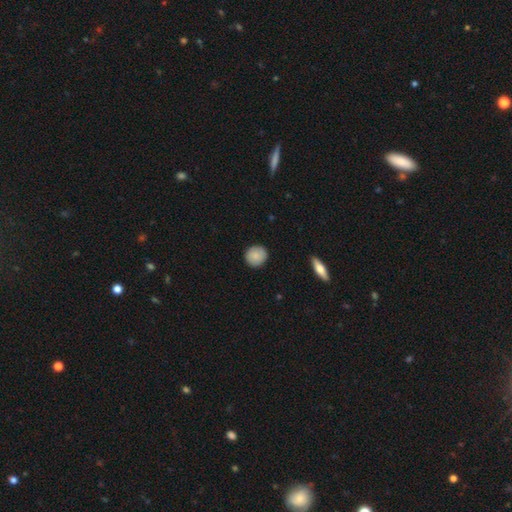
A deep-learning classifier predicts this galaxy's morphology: smooth-or-featured: smooth: 87% | featured or disk: 7% | star or artifact: 7%
  how-rounded: round: 89% | in between: 10% | cigar-shaped: 1%
  merging: none: 90% | minor disturbance: 7% | major disturbance: 2% | merger: 1%